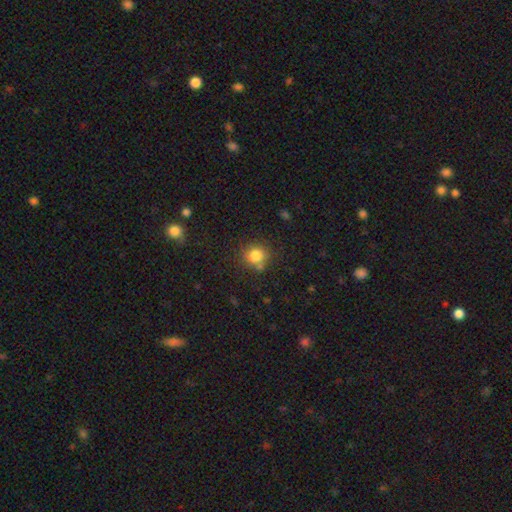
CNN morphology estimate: Smooth or featured? Predicted: smooth (p=0.81). How rounded? Predicted: round (p=0.88). Merging? Predicted: none (p=0.76).